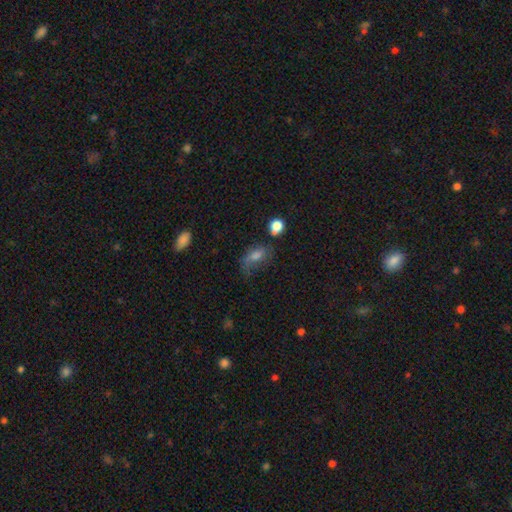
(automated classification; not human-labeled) Overall: smooth (60%; featured or disk 25%). How rounded: in between (82%). Merging: none (38%; major disturbance 29%).